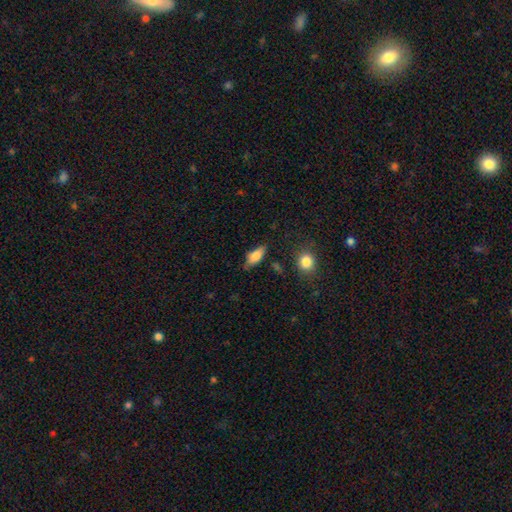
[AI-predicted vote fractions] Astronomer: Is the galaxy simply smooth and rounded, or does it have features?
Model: smooth — 81%.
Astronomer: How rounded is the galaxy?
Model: in between — 80%.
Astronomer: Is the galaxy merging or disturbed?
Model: none — 69%.